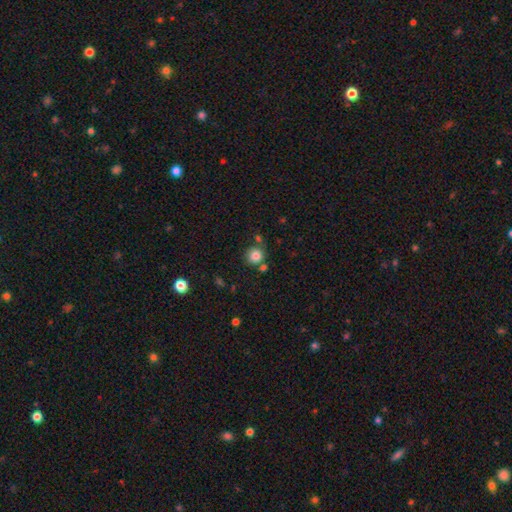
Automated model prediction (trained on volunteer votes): A smooth galaxy with no disk features (82%) that is round (92%).

Vote fractions:
- Smooth or featured? smooth: 82% / star or artifact: 11% / featured or disk: 7%
- How rounded? round: 92% / in between: 8% / cigar-shaped: 1%
- Merging? none: 72% / merger: 13% / minor disturbance: 11% / major disturbance: 4%